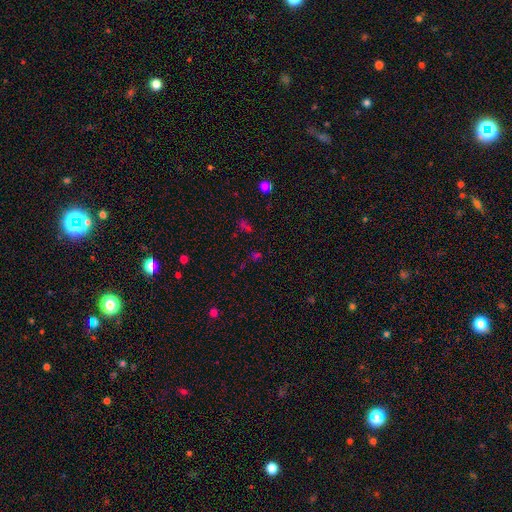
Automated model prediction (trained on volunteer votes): Morphology: type=star or artifact (51%).